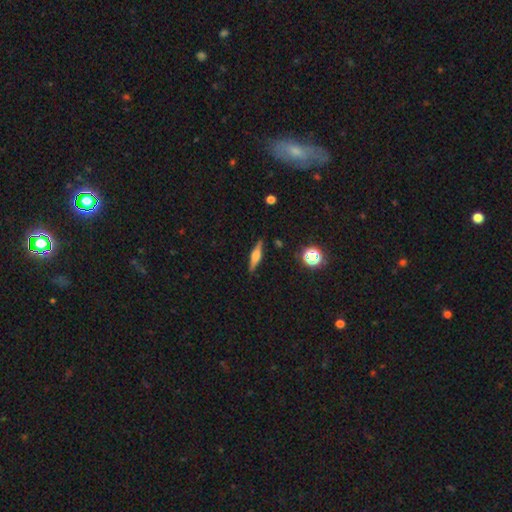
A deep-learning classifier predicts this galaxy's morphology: Smooth or featured? Predicted: featured or disk (p=0.55). Edge-on disk? Predicted: yes (p=0.96). Edge-on bulge? Predicted: rounded (p=0.78). Merging? Predicted: none (p=0.88).